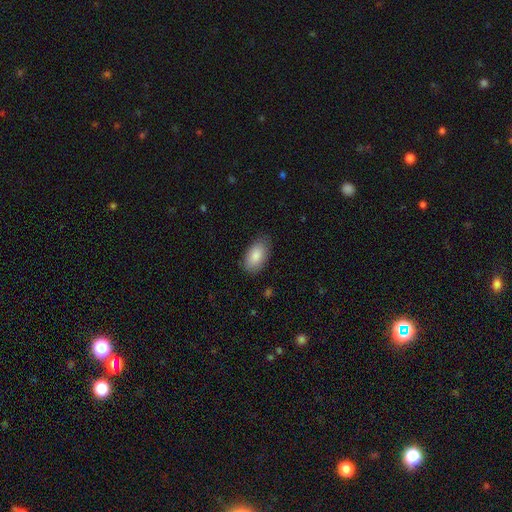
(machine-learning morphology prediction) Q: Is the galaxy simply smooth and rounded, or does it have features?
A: smooth — 87%.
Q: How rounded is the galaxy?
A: in between — 94%.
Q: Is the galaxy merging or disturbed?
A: none — 80%.